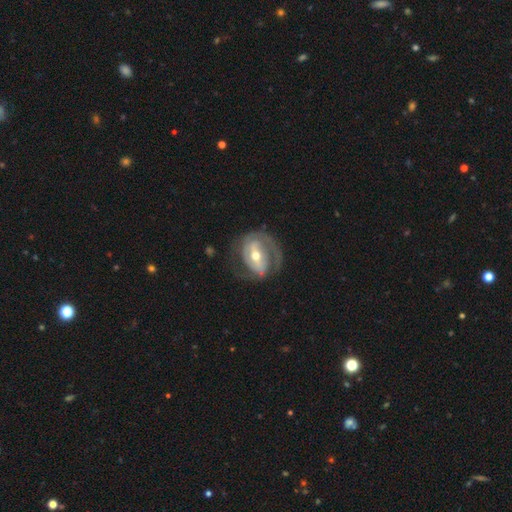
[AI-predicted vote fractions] Smooth or featured: featured or disk — 81% (smooth — 14%)
Edge-on disk: no — 96% (yes — 4%)
Bar: strong — 42% (weak — 36%)
Spiral arms: yes — 85% (no — 15%)
Spiral winding: tight — 42% (medium — 40%)
Spiral arm count: 2 — 65% (1 — 14%)
Bulge size: moderate — 67% (small — 27%)
Merging: none — 62% (minor disturbance — 19%)